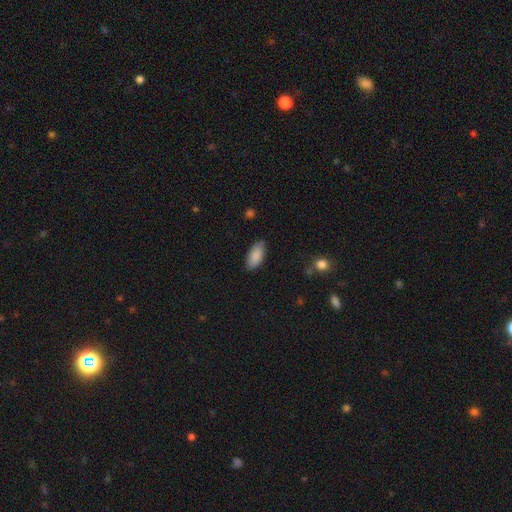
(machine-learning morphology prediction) This is clearly a smooth galaxy (88%). How rounded: clearly in between (91%). Merging: clearly none (81%).